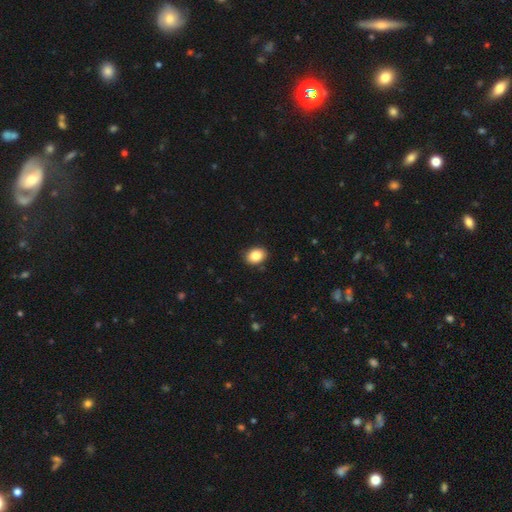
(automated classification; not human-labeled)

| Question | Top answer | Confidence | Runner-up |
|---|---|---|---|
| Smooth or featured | smooth | 86% | star or artifact (8%) |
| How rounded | in between | 70% | round (29%) |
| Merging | none | 88% | minor disturbance (9%) |